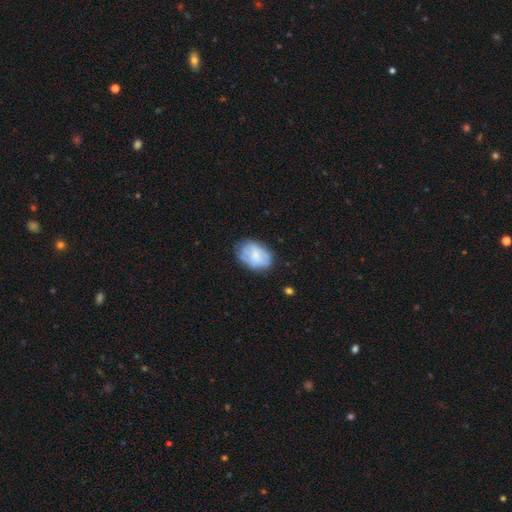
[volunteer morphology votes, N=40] Smooth or featured?
  - smooth: 68% *
  - featured or disk: 25%
  - star or artifact: 8%
How rounded?
  - in between: 85% *
  - round: 11%
  - cigar-shaped: 4%
Merging?
  - none: 86% *
  - minor disturbance: 8%
  - major disturbance: 5%
  - merger: 0%